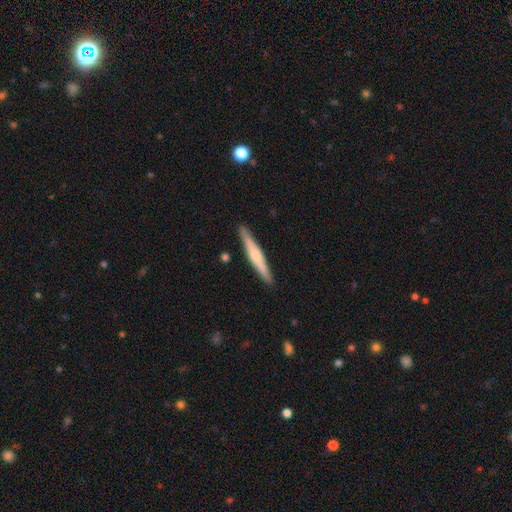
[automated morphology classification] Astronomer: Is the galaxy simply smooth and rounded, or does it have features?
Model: featured or disk — 55% (runner-up: smooth, 40%).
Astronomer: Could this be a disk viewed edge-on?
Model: yes — 97%.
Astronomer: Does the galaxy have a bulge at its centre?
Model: rounded — 73%.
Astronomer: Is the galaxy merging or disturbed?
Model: none — 91%.